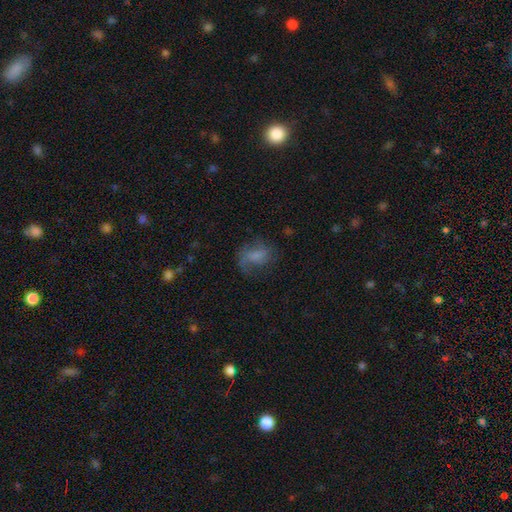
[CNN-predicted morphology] A smooth galaxy with no disk features (52%) that is in between round and cigar-shaped (70%). Merging: none (47%).